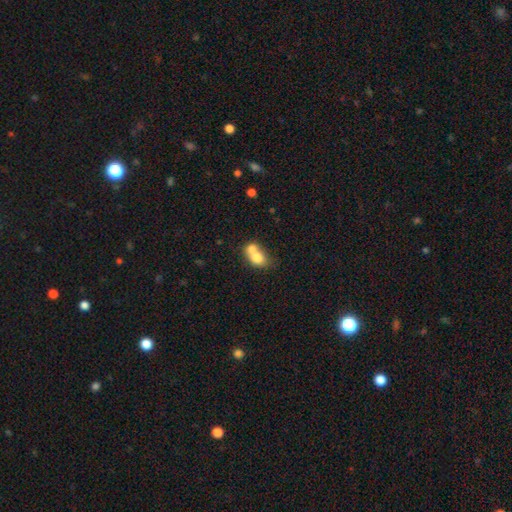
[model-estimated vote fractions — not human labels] Smooth or featured? Predicted: smooth (p=0.73). How rounded? Predicted: in between (p=0.59). Merging? Predicted: merger (p=0.67).